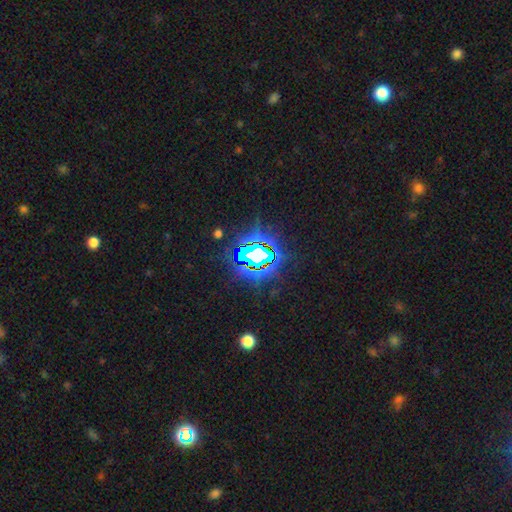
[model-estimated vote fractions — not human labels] This appears to be a star or artifact, not a galaxy (79%).